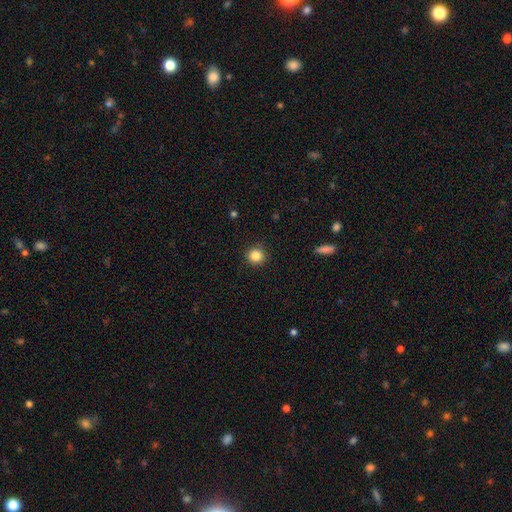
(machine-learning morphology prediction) This is clearly a smooth galaxy (85%). How rounded: clearly round (92%). Merging: clearly none (90%).